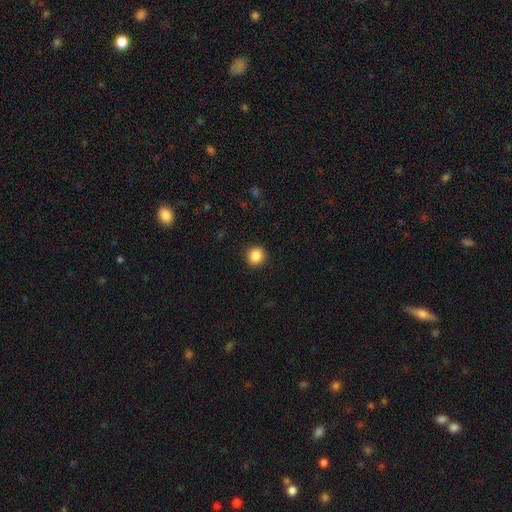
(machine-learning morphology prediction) Q: Smooth or featured?
A: smooth (87%); runner-up: star or artifact (10%)
Q: How rounded?
A: round (86%); runner-up: in between (13%)
Q: Merging?
A: none (92%); runner-up: minor disturbance (6%)